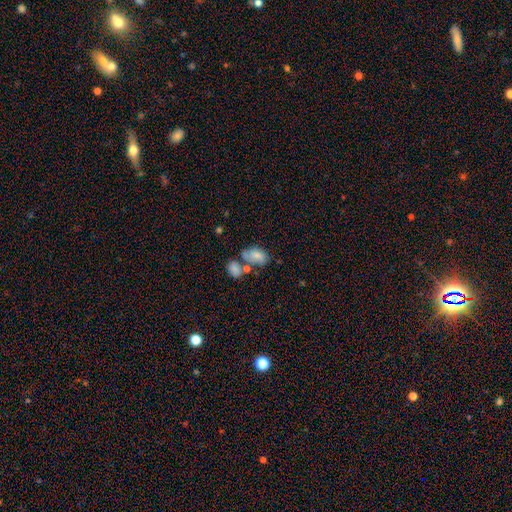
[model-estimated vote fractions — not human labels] Smooth or featured? smooth (70%)
How rounded? in between (88%)
Merging? merger (35%)